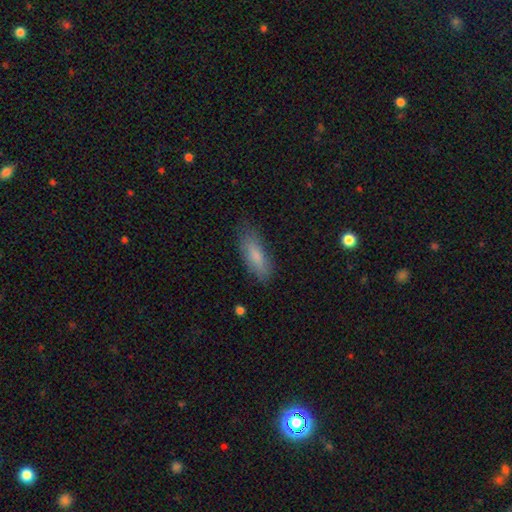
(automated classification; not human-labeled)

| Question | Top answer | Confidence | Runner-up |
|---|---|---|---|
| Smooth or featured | smooth | 80% | featured or disk (13%) |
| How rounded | in between | 57% | cigar-shaped (42%) |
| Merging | none | 78% | minor disturbance (16%) |